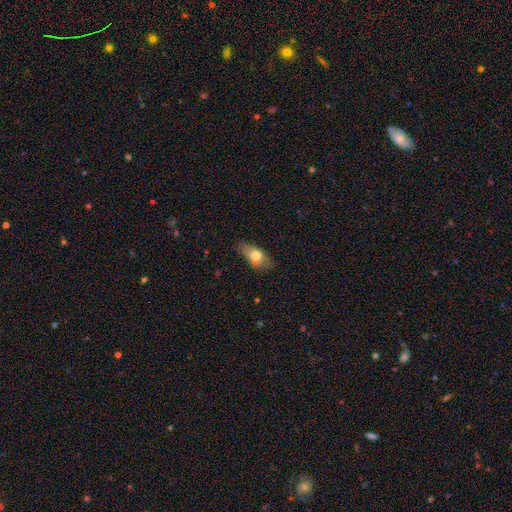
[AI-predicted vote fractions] Smooth or featured? Predicted: smooth (p=0.70). How rounded? Predicted: in between (p=0.87). Merging? Predicted: none (p=0.73).